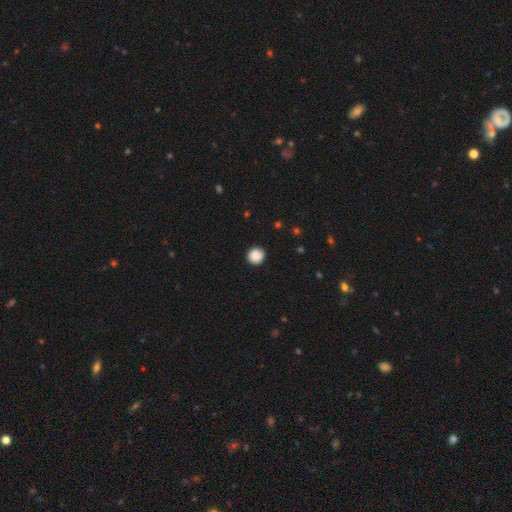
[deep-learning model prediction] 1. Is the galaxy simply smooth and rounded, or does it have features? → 89% smooth, 9% star or artifact, 2% featured or disk.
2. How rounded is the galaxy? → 94% round, 5% in between, 1% cigar-shaped.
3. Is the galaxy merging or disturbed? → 91% none, 6% minor disturbance, 2% major disturbance, 1% merger.